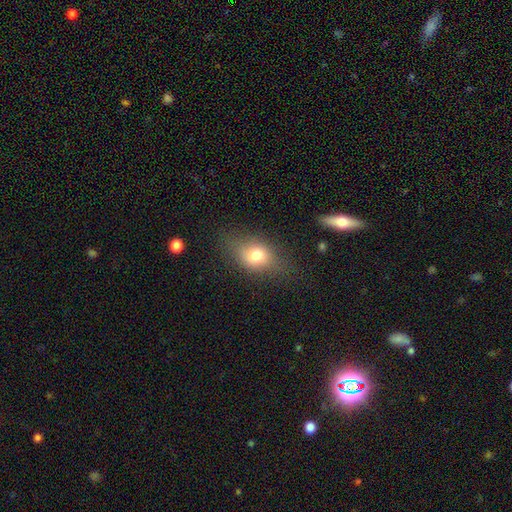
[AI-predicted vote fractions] smooth_or_featured: smooth (p=0.72) [alt: featured or disk p=0.17]
how_rounded: in between (p=0.67) [alt: round p=0.30]
merging: none (p=0.71) [alt: minor disturbance p=0.19]